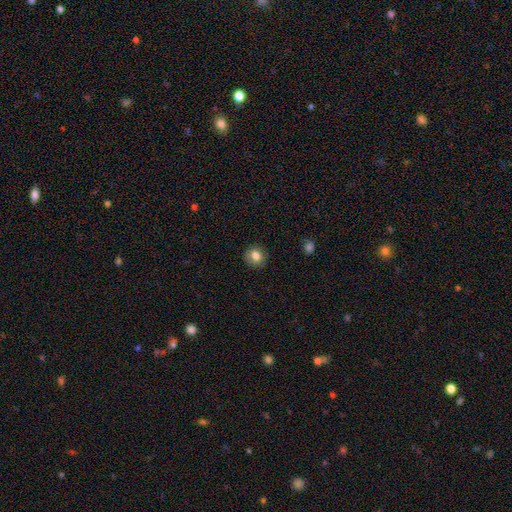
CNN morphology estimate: A smooth galaxy with no disk features (80%) that is round (88%).

Vote fractions:
- Smooth or featured? smooth: 80% / star or artifact: 10% / featured or disk: 10%
- How rounded? round: 88% / in between: 12% / cigar-shaped: 1%
- Merging? none: 89% / minor disturbance: 8% / major disturbance: 2% / merger: 1%